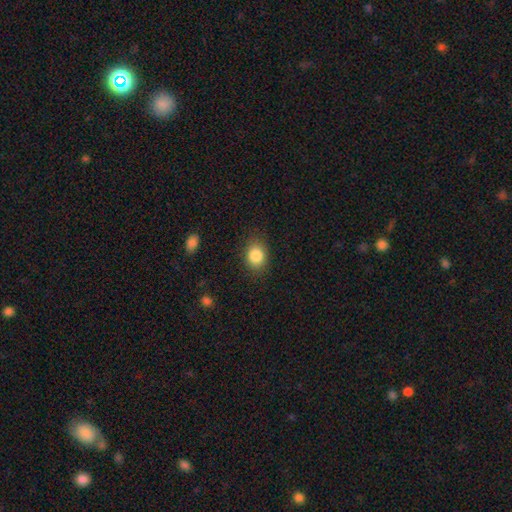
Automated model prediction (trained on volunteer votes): Morphology: type=smooth (86%); roundness=in between (58%); merging=none (83%).